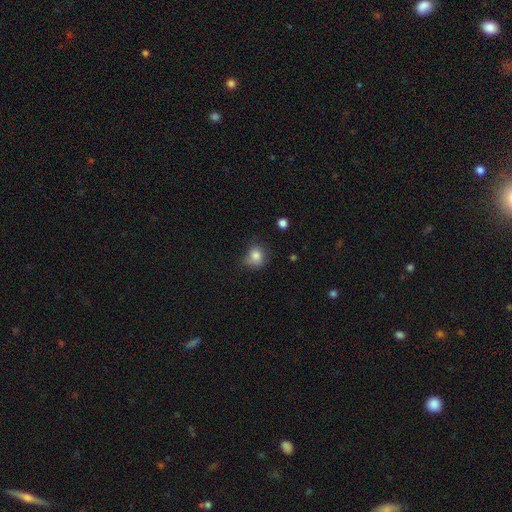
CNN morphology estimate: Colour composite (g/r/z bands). It shows a smooth galaxy with no disk features (82%) that is round (71%). Merging: none (56%).